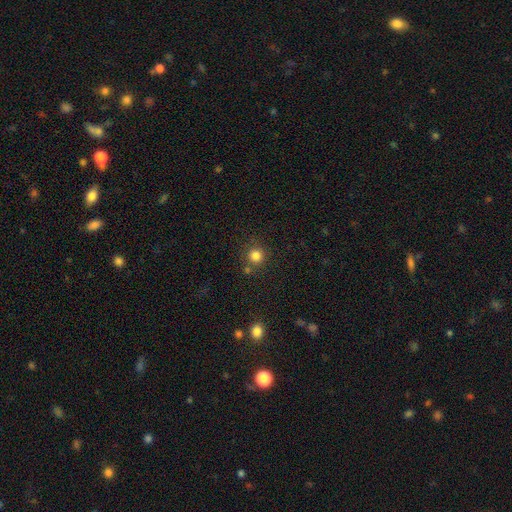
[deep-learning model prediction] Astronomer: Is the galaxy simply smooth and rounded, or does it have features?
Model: smooth — 83%.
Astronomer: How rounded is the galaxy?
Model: round — 94%.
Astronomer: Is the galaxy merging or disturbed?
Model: none — 80%.